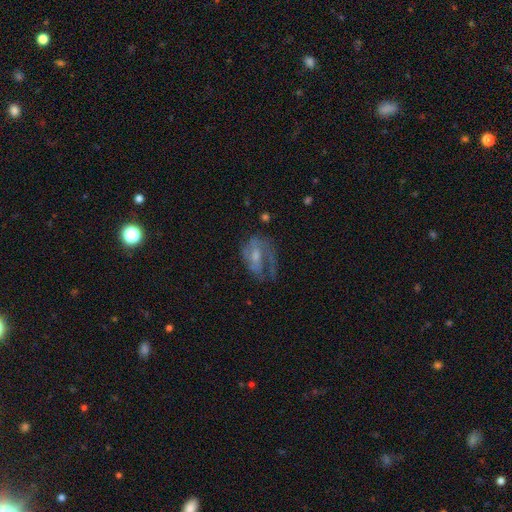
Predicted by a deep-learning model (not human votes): The model was most divided on "bar": no: 46%, weak: 42%, strong: 12%. Remaining: edge-on disk — no (96%); spiral arms — yes (76%); smooth or featured — featured or disk (68%); bulge size — moderate (44%); merging — none (42%).